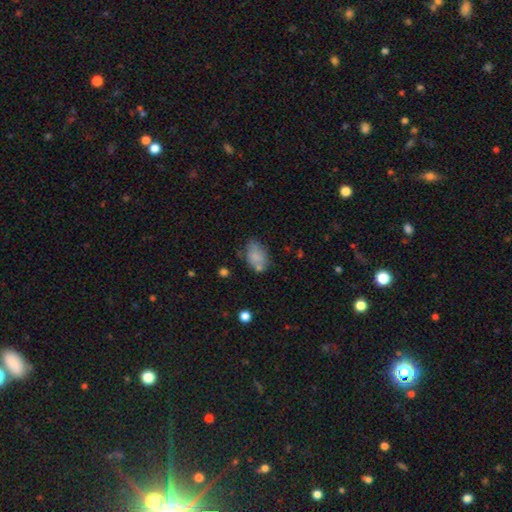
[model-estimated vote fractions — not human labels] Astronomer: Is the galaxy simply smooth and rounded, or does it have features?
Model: smooth — 75%.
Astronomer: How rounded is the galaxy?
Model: in between — 84%.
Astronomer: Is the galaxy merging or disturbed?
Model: none — 51%.